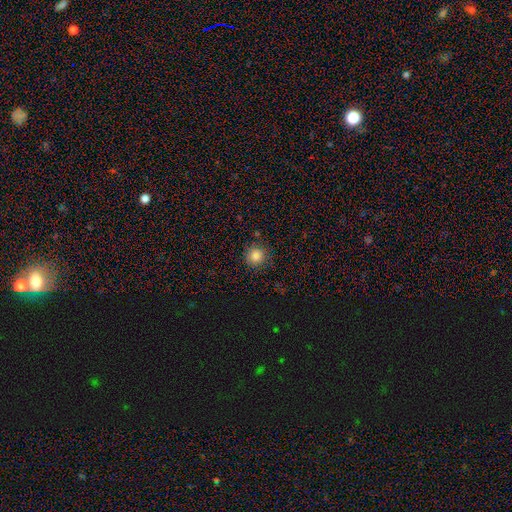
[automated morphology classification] Q: Smooth or featured?
A: smooth (83%); runner-up: star or artifact (12%)
Q: How rounded?
A: round (94%); runner-up: in between (5%)
Q: Merging?
A: none (87%); runner-up: minor disturbance (9%)